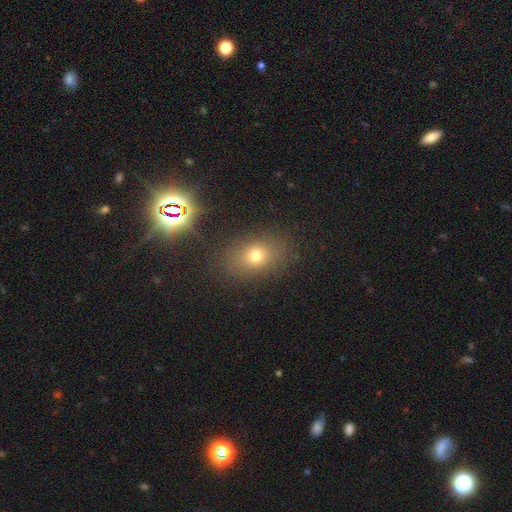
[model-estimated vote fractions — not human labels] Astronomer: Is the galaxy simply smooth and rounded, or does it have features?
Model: smooth — 69%.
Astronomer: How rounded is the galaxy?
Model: in between — 67%.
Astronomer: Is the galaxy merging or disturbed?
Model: none — 82%.